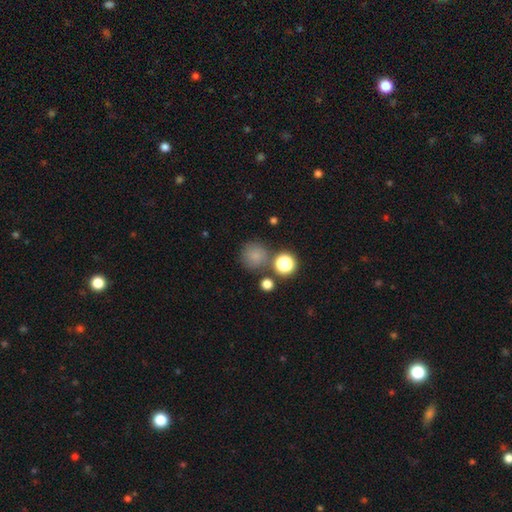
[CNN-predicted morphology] Overall: smooth (78%). How rounded: round (93%). Merging: none (73%).